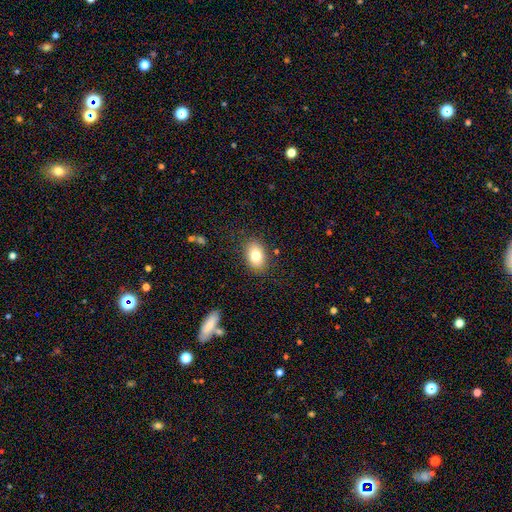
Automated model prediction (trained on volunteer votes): Smooth or featured: smooth — 79% (featured or disk — 13%)
How rounded: in between — 83% (round — 15%)
Merging: none — 83% (minor disturbance — 12%)